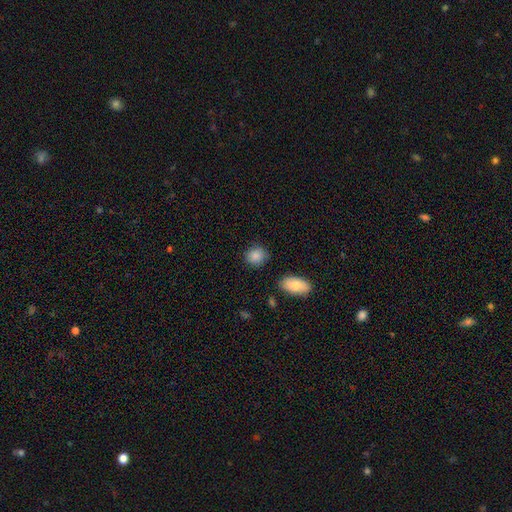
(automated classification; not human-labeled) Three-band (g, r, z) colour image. It shows a smooth galaxy with no disk features (87%) that is round (69%). Merging: none (84%).